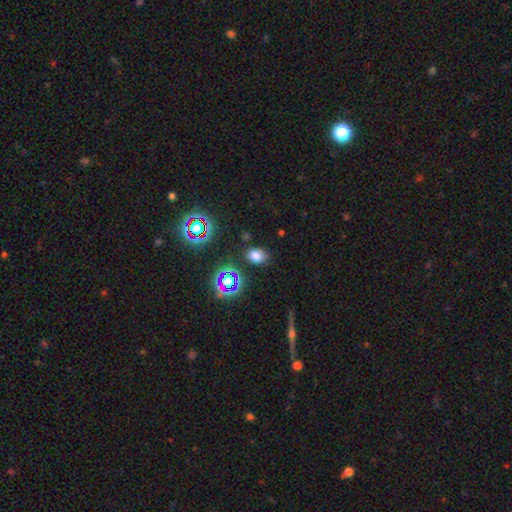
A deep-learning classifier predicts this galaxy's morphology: This is likely a smooth galaxy (71%). How rounded: likely in between (69%). Merging: clearly none (80%).